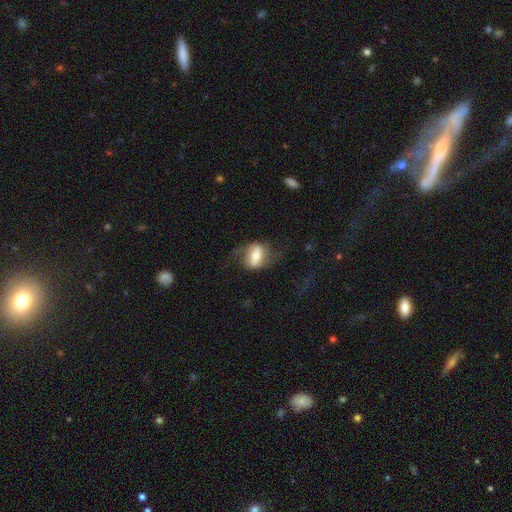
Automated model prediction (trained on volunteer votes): Overall: featured or disk (61%; smooth 32%). Edge-on disk: no (89%). Bar: strong (52%; weak 31%). Spiral arms: yes (77%). Bulge size: moderate (53%; small 24%). Merging: none (58%; major disturbance 21%).